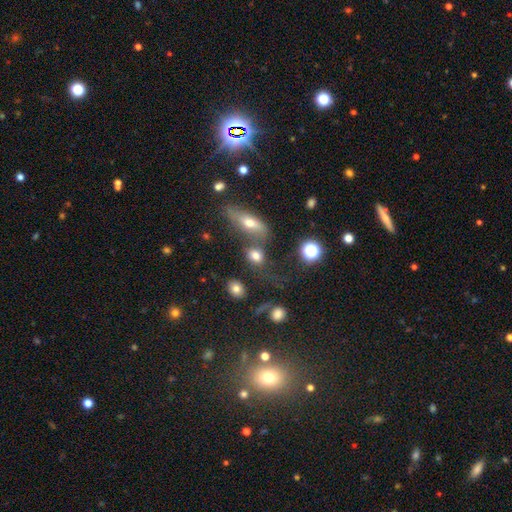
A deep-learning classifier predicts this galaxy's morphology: Smooth or featured?
  - smooth: 71% *
  - featured or disk: 15%
  - star or artifact: 13%
How rounded?
  - in between: 61% *
  - round: 34%
  - cigar-shaped: 5%
Merging?
  - merger: 37% * (tied)
  - none: 37% * (tied)
  - minor disturbance: 14%
  - major disturbance: 12%